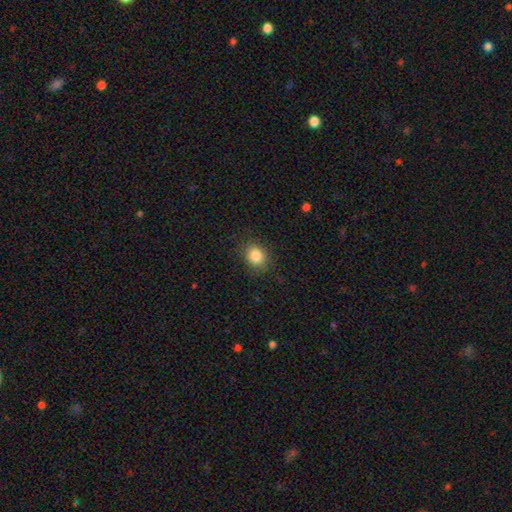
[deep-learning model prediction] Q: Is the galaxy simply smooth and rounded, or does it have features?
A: smooth — 85%.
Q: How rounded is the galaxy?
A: round — 64%.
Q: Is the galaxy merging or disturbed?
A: none — 86%.